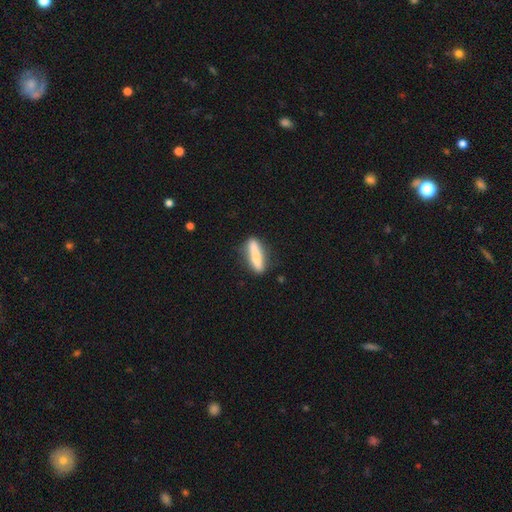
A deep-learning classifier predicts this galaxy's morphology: smooth 73%, featured or disk 20%, star or artifact 6%. Down the decision tree: how rounded — cigar-shaped (80%); merging — none (76%).